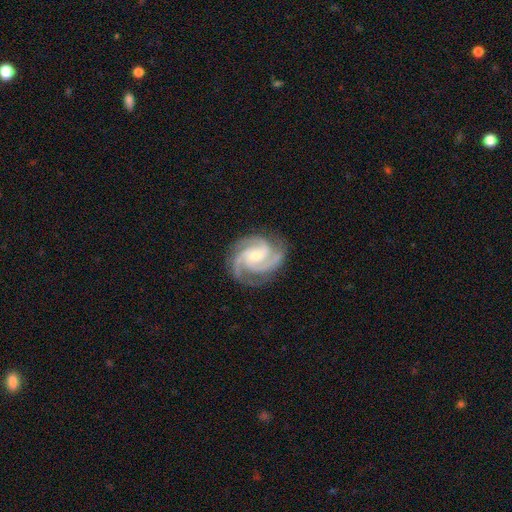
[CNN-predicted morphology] type=featured or disk (93%); edge-on=no (98%); bar=no (62%); spiral arms=yes (99%); winding=tight (58%); arm count=3 (73%); bulge=small (62%); merging=none (82%).